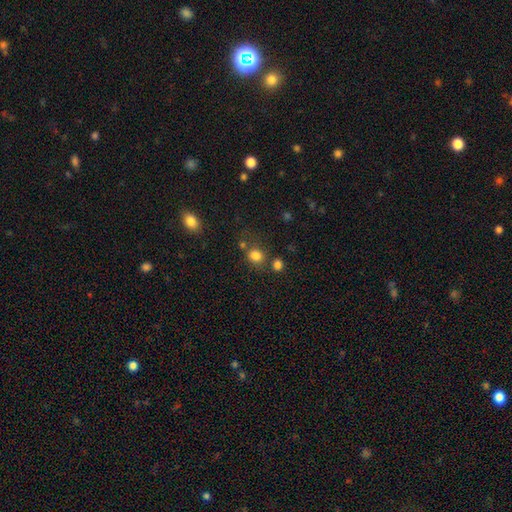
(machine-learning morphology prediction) Smooth or featured? smooth (81%)
How rounded? round (71%)
Merging? none (67%)